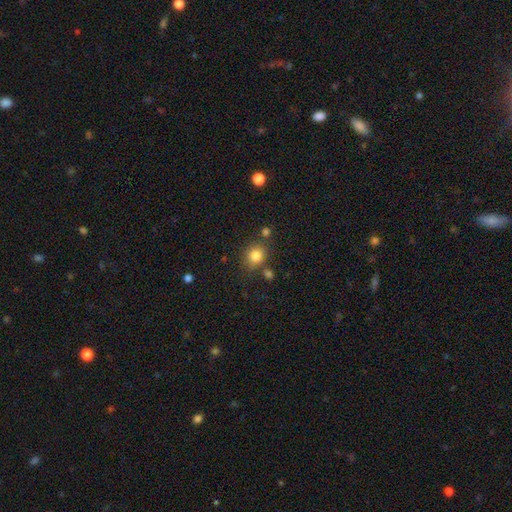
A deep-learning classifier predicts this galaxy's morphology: type=smooth (82%); roundness=round (71%); merging=none (73%).